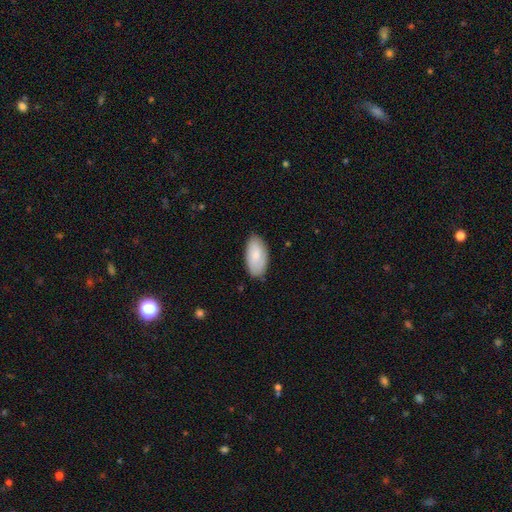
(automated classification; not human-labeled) The model was most divided on "merging": none: 80%, minor disturbance: 17%, major disturbance: 3%, merger: 1%. More confident: how rounded — in between (95%); smooth or featured — smooth (79%).